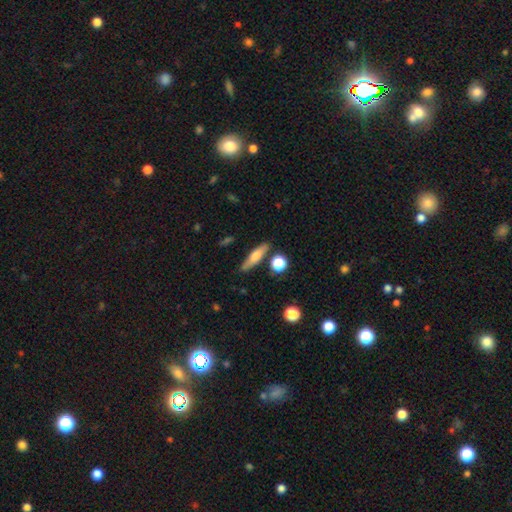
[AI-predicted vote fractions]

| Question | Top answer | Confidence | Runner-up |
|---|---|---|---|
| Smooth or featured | smooth | 62% | featured or disk (30%) |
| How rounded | cigar-shaped | 68% | in between (27%) |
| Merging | none | 81% | minor disturbance (11%) |